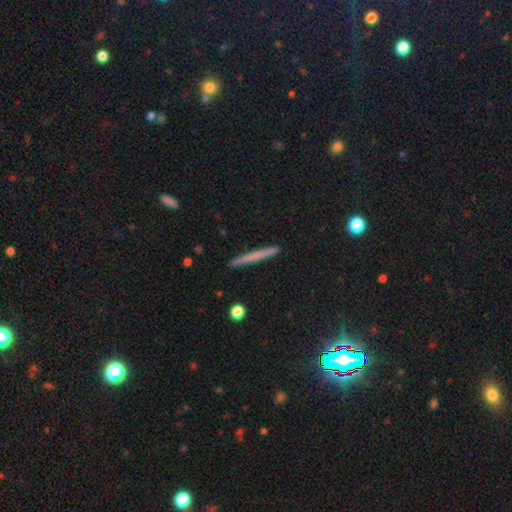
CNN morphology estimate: type=smooth (57%); roundness=cigar-shaped (97%); merging=none (91%).